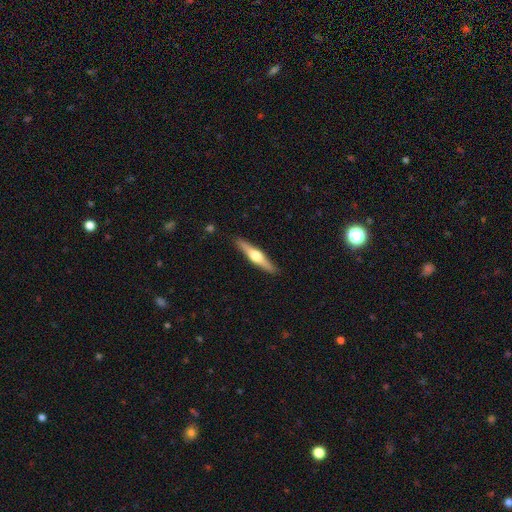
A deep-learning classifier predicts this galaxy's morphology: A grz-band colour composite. It shows a featured or disk galaxy (65%) viewed edge-on (97%) with a rounded central bulge (93%). Merging: none (90%).